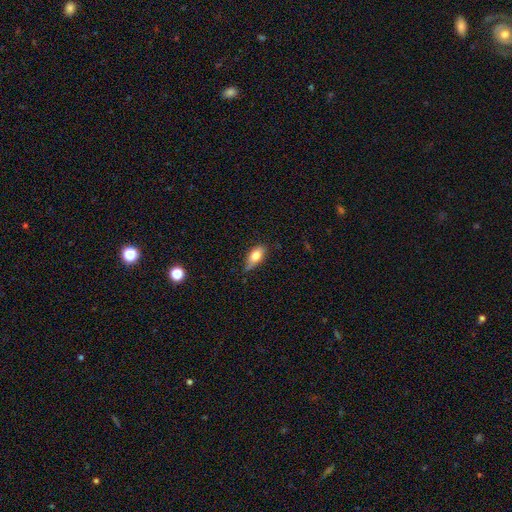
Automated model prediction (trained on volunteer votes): This is likely a smooth galaxy (72%). How rounded: clearly in between (83%). Merging: possibly none (57%).